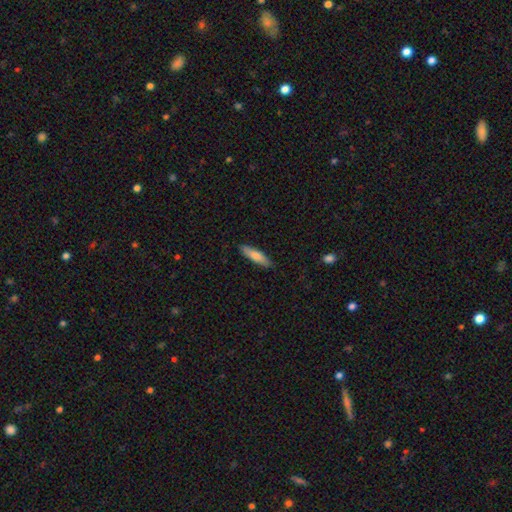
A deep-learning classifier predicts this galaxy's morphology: Smooth or featured? smooth (76%)
How rounded? cigar-shaped (75%)
Merging? none (86%)